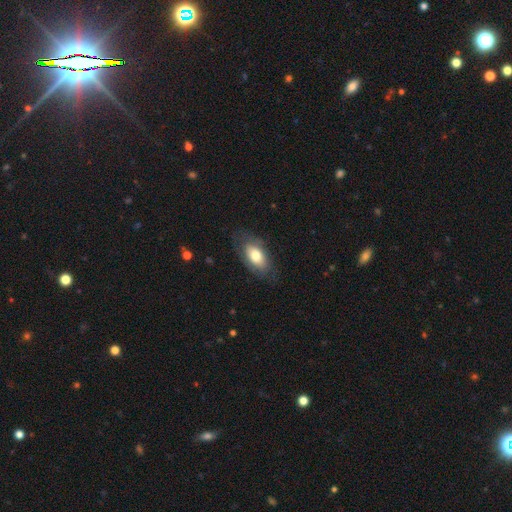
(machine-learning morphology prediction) Smooth or featured: smooth — 68% (featured or disk — 26%)
How rounded: in between — 91% (round — 5%)
Merging: none — 73% (minor disturbance — 18%)